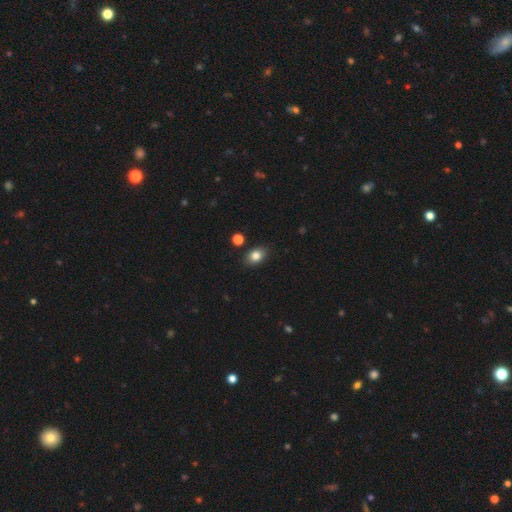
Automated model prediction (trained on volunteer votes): Q: Smooth or featured?
A: smooth (82%); runner-up: star or artifact (10%)
Q: How rounded?
A: in between (74%); runner-up: round (25%)
Q: Merging?
A: none (85%); runner-up: minor disturbance (10%)